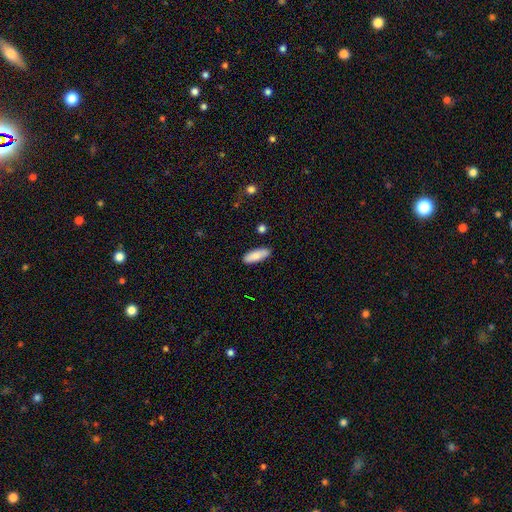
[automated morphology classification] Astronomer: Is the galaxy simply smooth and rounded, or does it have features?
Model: smooth — 87%.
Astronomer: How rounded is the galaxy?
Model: in between — 63%.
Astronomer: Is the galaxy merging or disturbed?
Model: none — 87%.